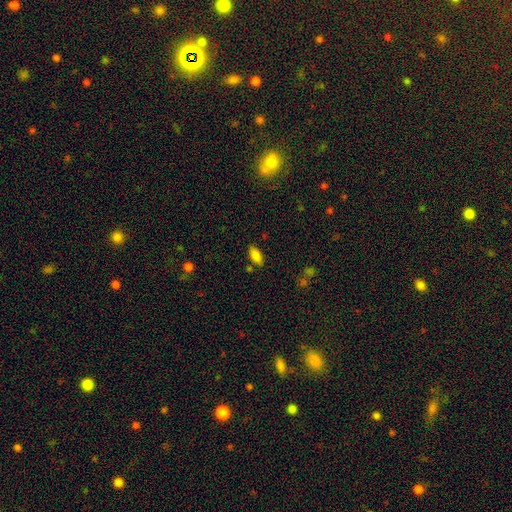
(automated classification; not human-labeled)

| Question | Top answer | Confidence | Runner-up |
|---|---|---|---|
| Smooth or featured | smooth | 83% | star or artifact (9%) |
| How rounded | in between | 86% | cigar-shaped (11%) |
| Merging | none | 80% | minor disturbance (13%) |